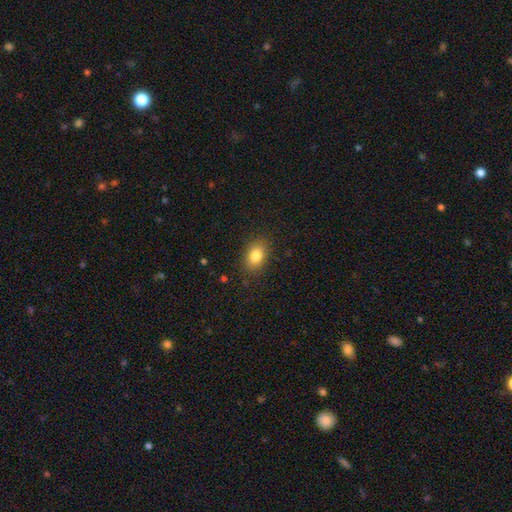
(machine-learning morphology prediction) This is clearly a smooth galaxy (83%). How rounded: likely in between (77%). Merging: clearly none (85%).